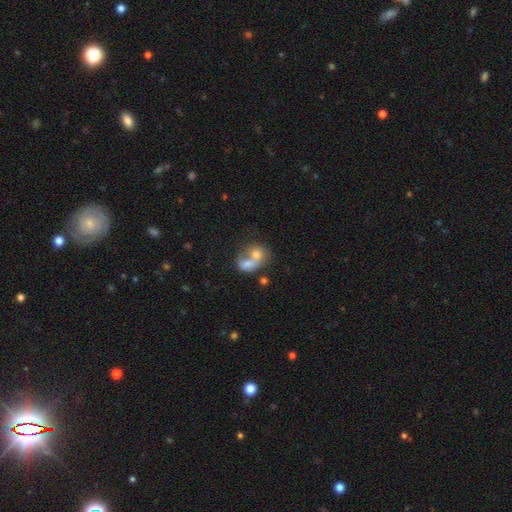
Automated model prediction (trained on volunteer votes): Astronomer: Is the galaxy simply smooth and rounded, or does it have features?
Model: smooth — 63%.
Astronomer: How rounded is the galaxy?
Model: in between — 55% (runner-up: round, 43%).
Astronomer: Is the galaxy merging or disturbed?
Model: merger — 73%.